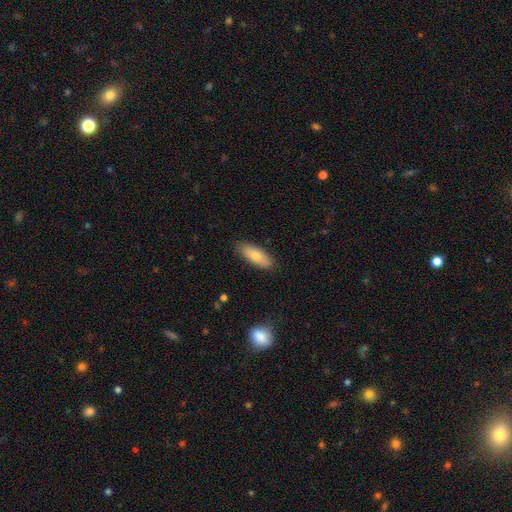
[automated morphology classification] The model was most divided on "how rounded": in between: 78%, cigar-shaped: 20%, round: 2%. More confident: merging — none (86%); smooth or featured — smooth (77%).